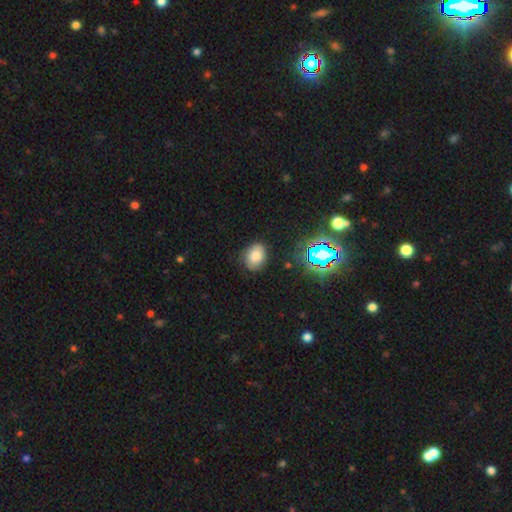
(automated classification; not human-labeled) Smooth or featured: smooth — 69% (featured or disk — 16%)
How rounded: in between — 60% (round — 39%)
Merging: none — 75% (minor disturbance — 19%)